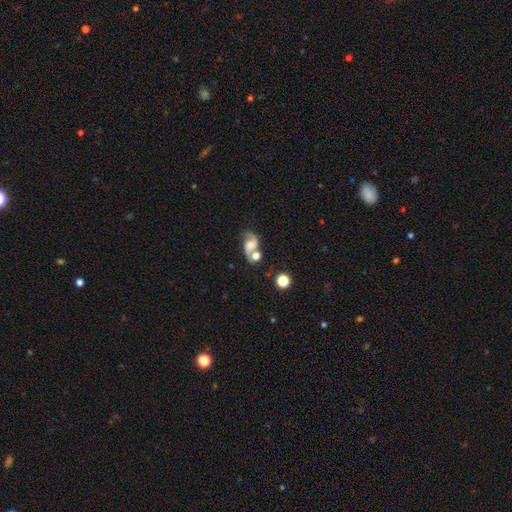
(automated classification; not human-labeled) Smooth or featured? featured or disk (64%)
Edge-on disk? no (97%)
Bar? no (57%)
Spiral arms? yes (89%)
Spiral winding? loose (58%)
Spiral arm count? 2 (86%)
Bulge size? moderate (33%)
Merging? merger (40%)